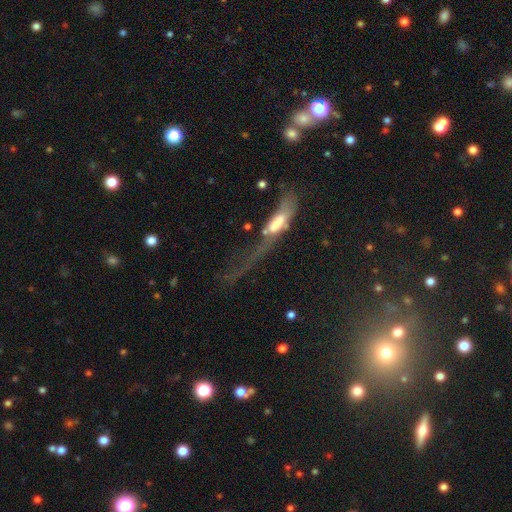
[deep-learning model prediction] The model was most divided on "merging": none: 37%, major disturbance: 31%, minor disturbance: 20%, merger: 13%. Remaining: smooth or featured — featured or disk (45%).